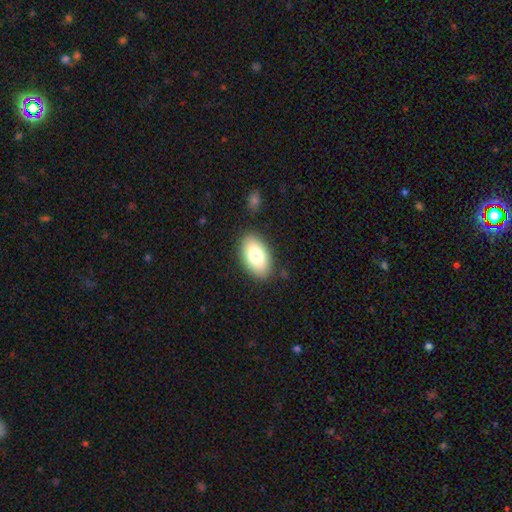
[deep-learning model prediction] The model was most divided on "smooth or featured": smooth: 79%, featured or disk: 14%, star or artifact: 7%. More confident: how rounded — in between (94%); merging — none (85%).